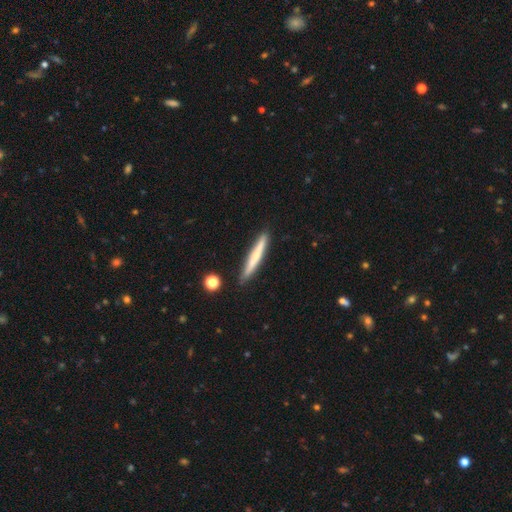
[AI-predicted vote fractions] smooth 57%, featured or disk 37%, star or artifact 6%. Down the decision tree: how rounded — cigar-shaped (96%); merging — none (88%).